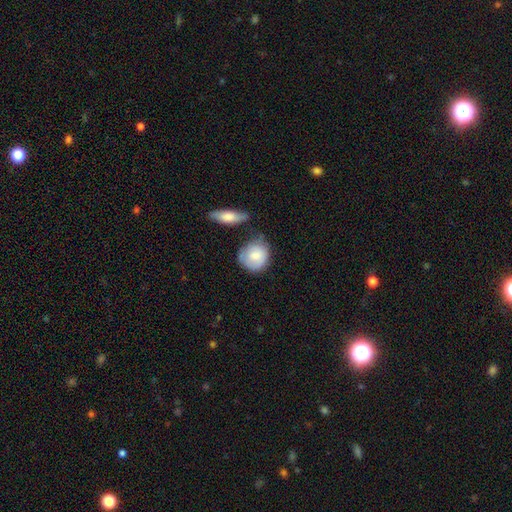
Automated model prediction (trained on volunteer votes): smooth_or_featured: smooth (p=0.77) [alt: featured or disk p=0.17]
how_rounded: round (p=0.80) [alt: in between p=0.18]
merging: none (p=0.51) [alt: minor disturbance p=0.30]